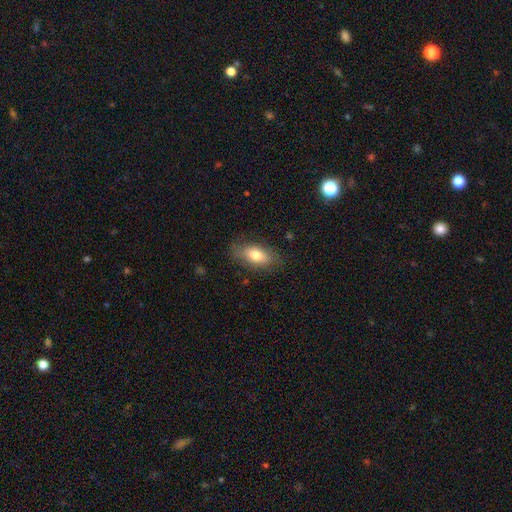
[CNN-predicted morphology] Smooth or featured: smooth — 73% (featured or disk — 20%)
How rounded: in between — 86% (cigar-shaped — 8%)
Merging: none — 80% (minor disturbance — 15%)